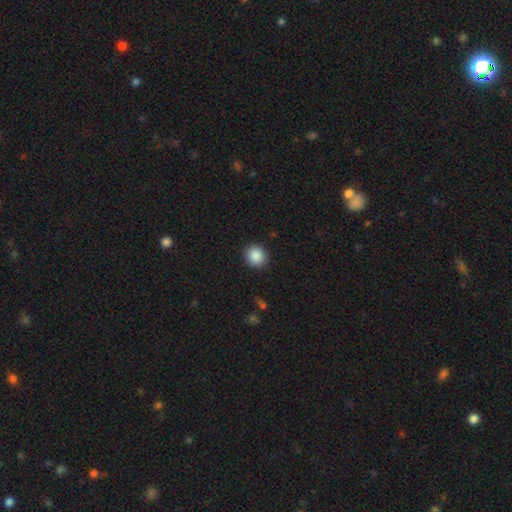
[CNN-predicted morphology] Smooth or featured?
  - smooth: 88% *
  - star or artifact: 8%
  - featured or disk: 3%
How rounded?
  - round: 87% *
  - in between: 12%
  - cigar-shaped: 1%
Merging?
  - none: 91% *
  - minor disturbance: 6%
  - major disturbance: 2%
  - merger: 1%